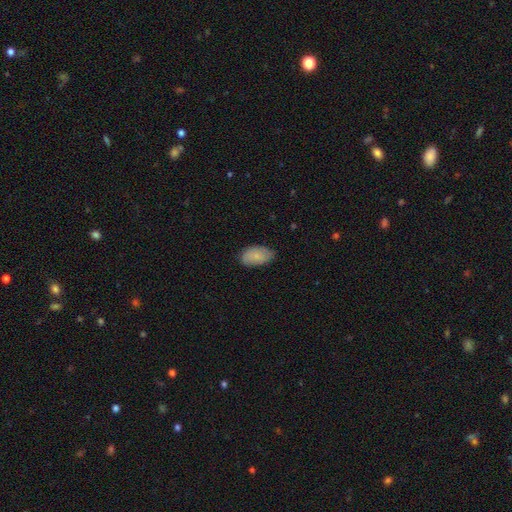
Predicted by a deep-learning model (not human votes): Morphology: type=smooth (79%); roundness=in between (93%); merging=none (75%).